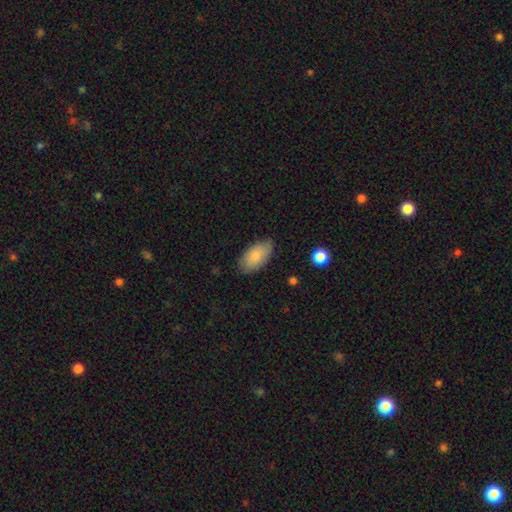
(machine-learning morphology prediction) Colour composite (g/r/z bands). It shows a smooth galaxy with no disk features (82%) that is in between round and cigar-shaped (94%). Merging: none (76%).